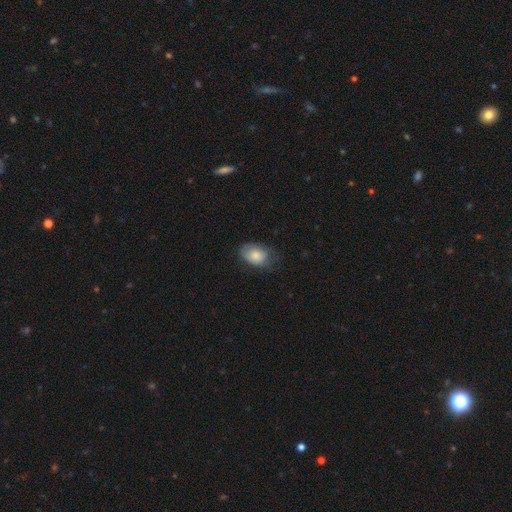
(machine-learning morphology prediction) The model was most divided on "merging": none: 56%, minor disturbance: 31%, major disturbance: 11%, merger: 1%. More confident: how rounded — in between (80%); smooth or featured — smooth (79%).